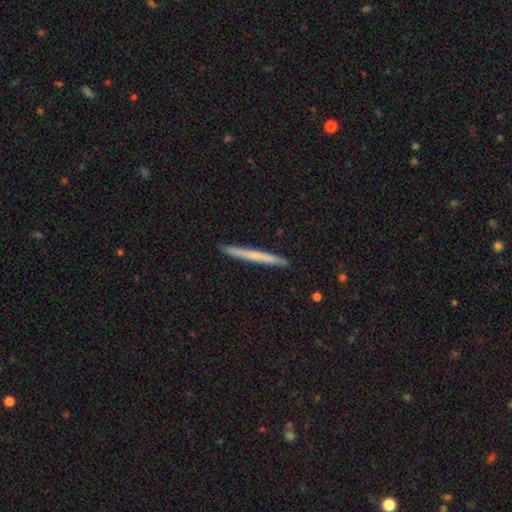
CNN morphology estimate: Smooth or featured?
  - smooth: 52% *
  - featured or disk: 42%
  - star or artifact: 6%
How rounded?
  - cigar-shaped: 97% *
  - in between: 2%
  - round: 1%
Merging?
  - none: 93% *
  - minor disturbance: 5%
  - major disturbance: 1%
  - merger: 1%